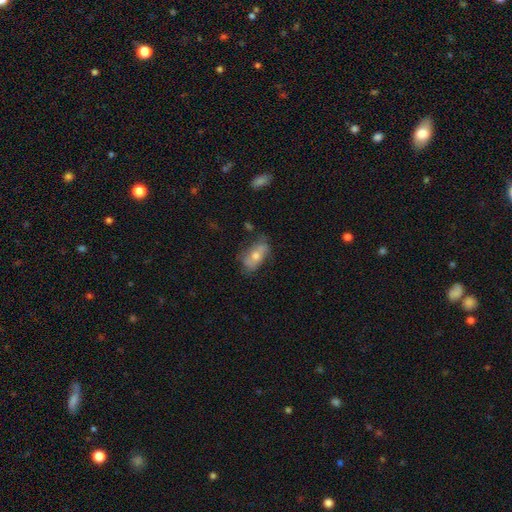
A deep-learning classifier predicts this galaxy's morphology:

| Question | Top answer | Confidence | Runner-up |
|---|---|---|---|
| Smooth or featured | smooth | 57% | featured or disk (34%) |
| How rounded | in between | 86% | cigar-shaped (7%) |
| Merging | none | 58% | minor disturbance (28%) |